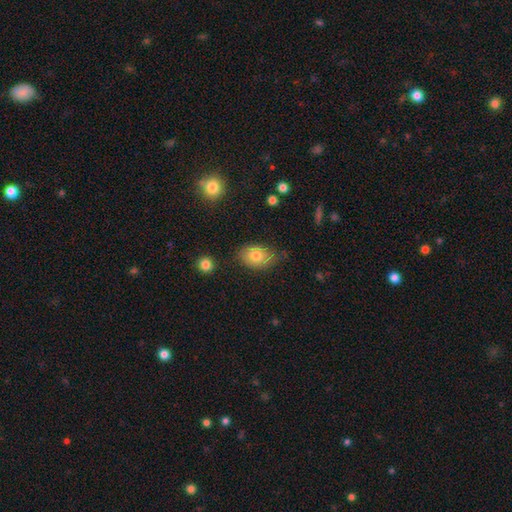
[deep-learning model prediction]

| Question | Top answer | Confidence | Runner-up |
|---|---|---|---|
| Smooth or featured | smooth | 75% | featured or disk (17%) |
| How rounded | in between | 78% | round (20%) |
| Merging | none | 66% | minor disturbance (27%) |